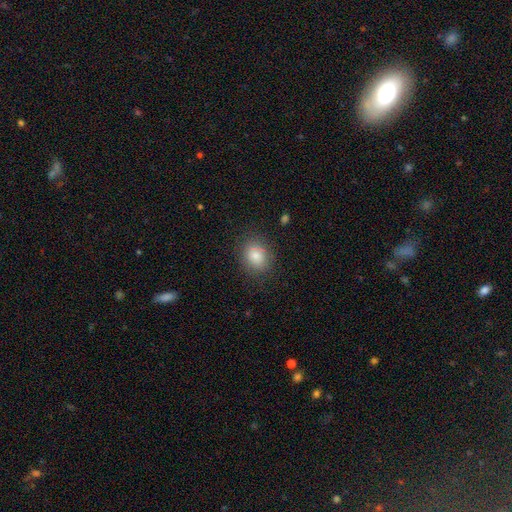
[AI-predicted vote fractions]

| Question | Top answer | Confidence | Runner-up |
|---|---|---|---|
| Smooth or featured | smooth | 82% | star or artifact (9%) |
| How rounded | round | 56% | in between (43%) |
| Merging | none | 83% | minor disturbance (11%) |